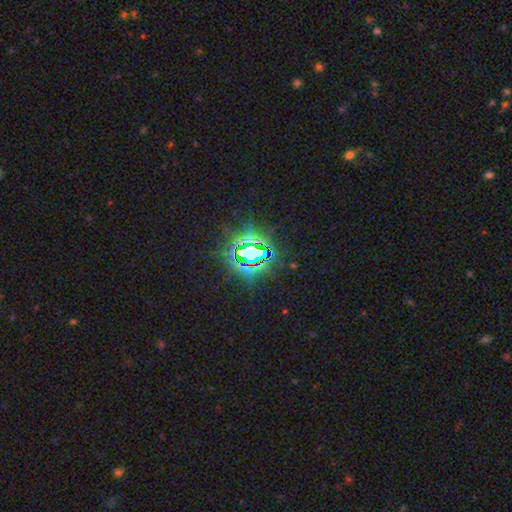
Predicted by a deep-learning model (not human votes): star or artifact 83%, smooth 9%, featured or disk 8%.